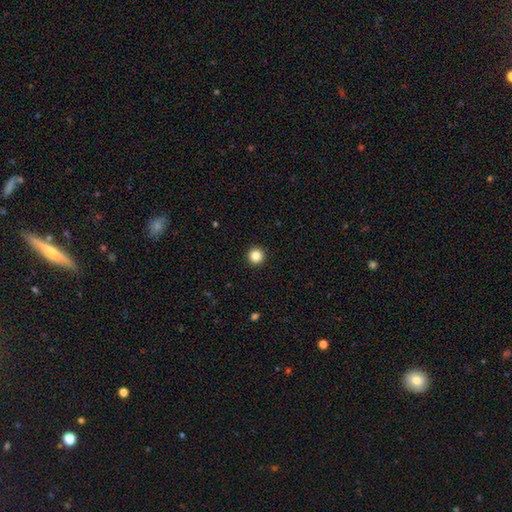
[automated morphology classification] smooth 85%, star or artifact 11%, featured or disk 4%. Down the decision tree: how rounded — round (96%); merging — none (94%).